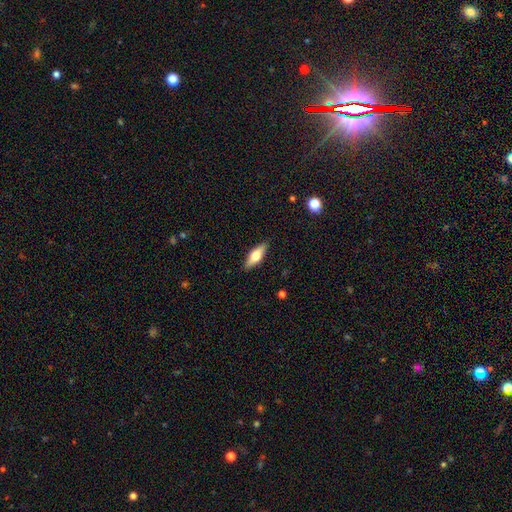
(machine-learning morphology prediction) Smooth or featured: smooth — 55% (featured or disk — 39%)
How rounded: in between — 57% (cigar-shaped — 41%)
Merging: none — 89% (minor disturbance — 8%)